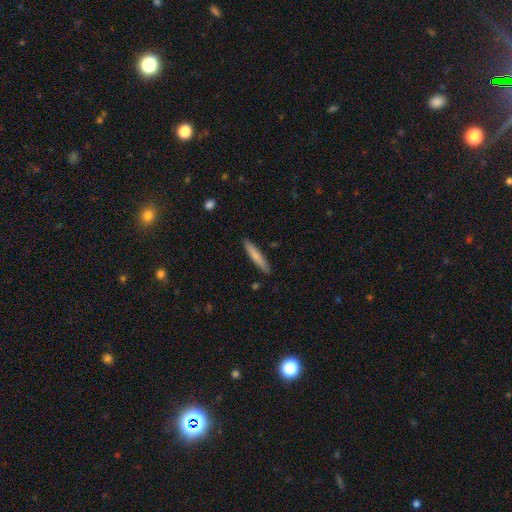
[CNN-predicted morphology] Smooth or featured?
  - smooth: 75% *
  - featured or disk: 20%
  - star or artifact: 5%
How rounded?
  - cigar-shaped: 93% *
  - in between: 6%
  - round: 1%
Merging?
  - none: 90% *
  - minor disturbance: 7%
  - major disturbance: 2%
  - merger: 1%